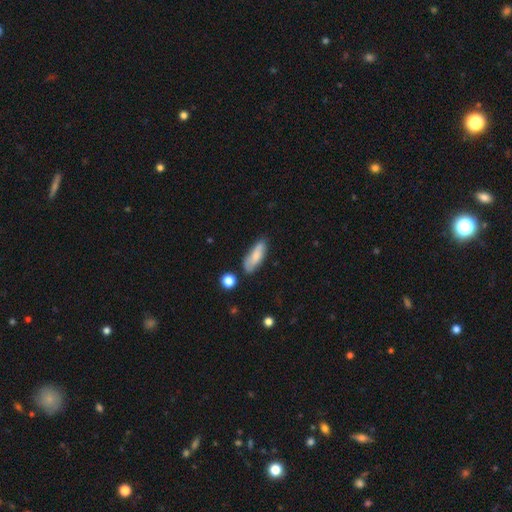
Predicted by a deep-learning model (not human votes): Smooth or featured? smooth (75%)
How rounded? in between (67%)
Merging? none (68%)